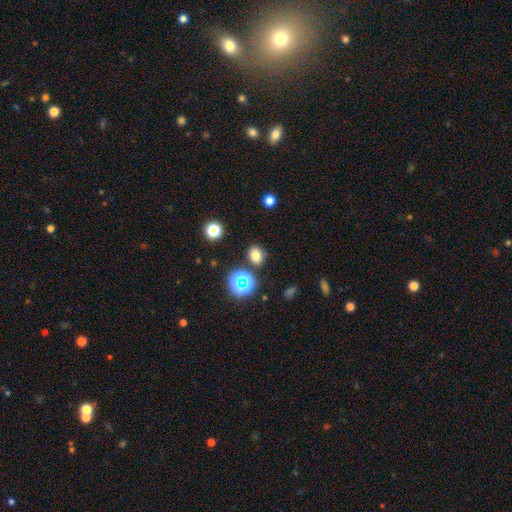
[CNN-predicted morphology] Smooth or featured? Predicted: smooth (p=0.74). How rounded? Predicted: in between (p=0.50). Merging? Predicted: none (p=0.83).